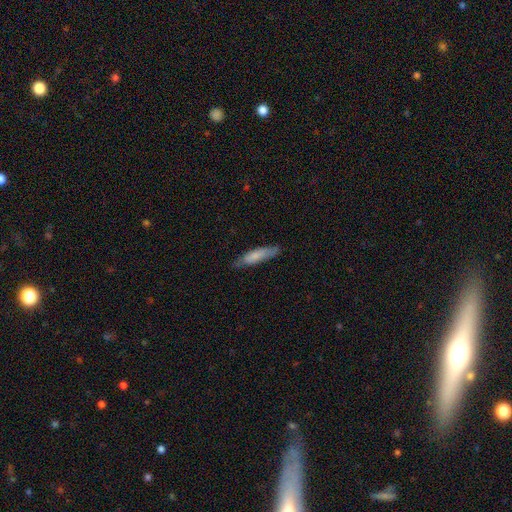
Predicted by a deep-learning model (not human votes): The model was most divided on "how rounded": cigar-shaped: 74%, in between: 25%, round: 1%. More confident: smooth or featured — smooth (75%); merging — none (74%).